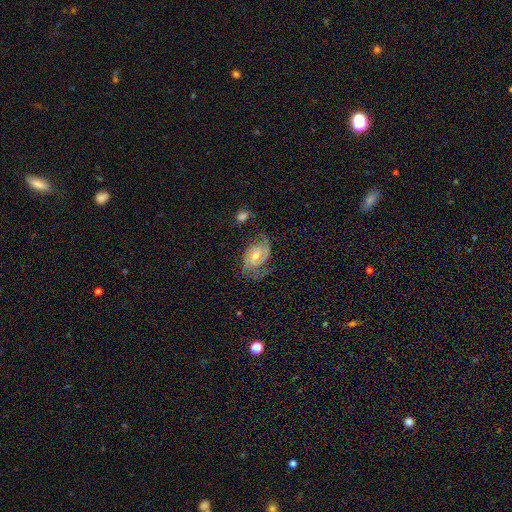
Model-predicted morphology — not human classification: type=featured or disk (80%); edge-on=no (97%); bar=no (63%); spiral arms=yes (94%); winding=tight (48%); arm count=2 (65%); bulge=moderate (58%); merging=none (62%).